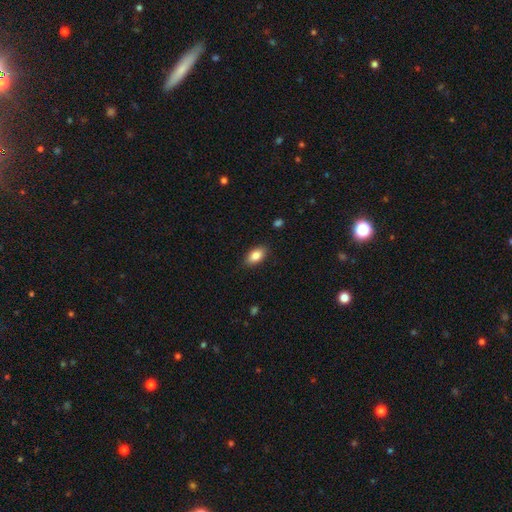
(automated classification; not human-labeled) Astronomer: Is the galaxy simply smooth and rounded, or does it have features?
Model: smooth — 85%.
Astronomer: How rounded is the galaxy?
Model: in between — 91%.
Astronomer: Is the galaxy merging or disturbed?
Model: none — 87%.